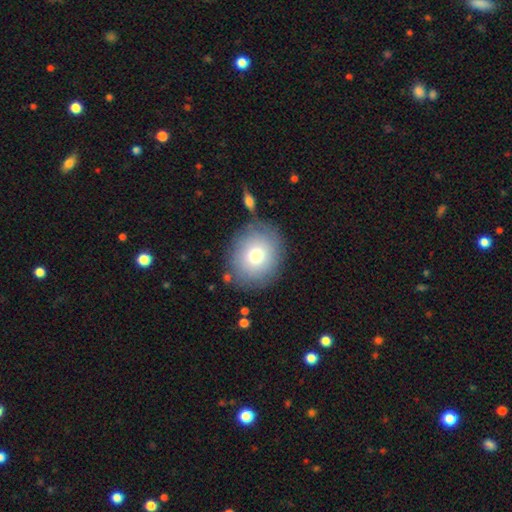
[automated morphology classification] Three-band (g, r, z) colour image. It shows a smooth galaxy with no disk features (74%) that is round (71%). Merging: none (80%).